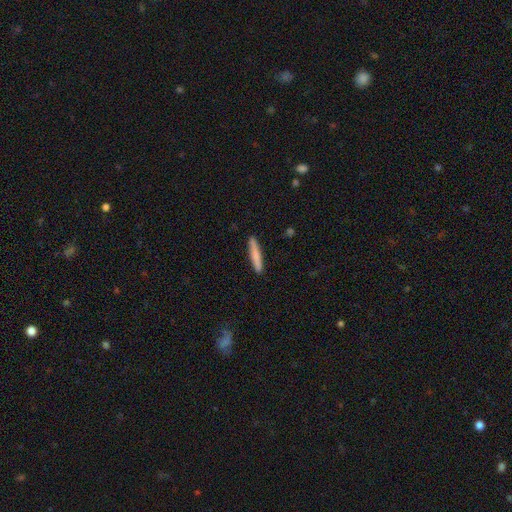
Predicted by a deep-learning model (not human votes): Morphology: type=smooth (75%); roundness=cigar-shaped (94%); merging=none (90%).